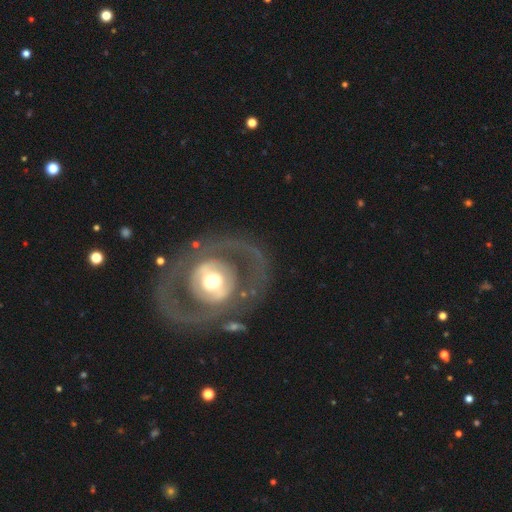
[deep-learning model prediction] This appears to be a featured or disk galaxy (77%) with no bar (60%), spiral arms (51%) and a moderate central bulge (57%). Merging: none (78%).